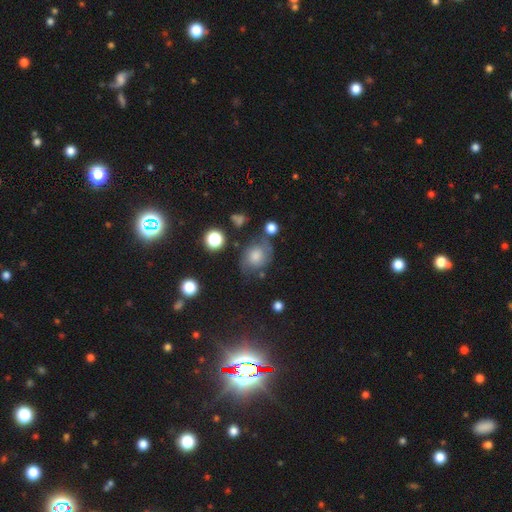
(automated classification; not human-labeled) Q: Smooth or featured?
A: smooth (46%); runner-up: featured or disk (36%)
Q: Merging?
A: none (62%); runner-up: minor disturbance (23%)